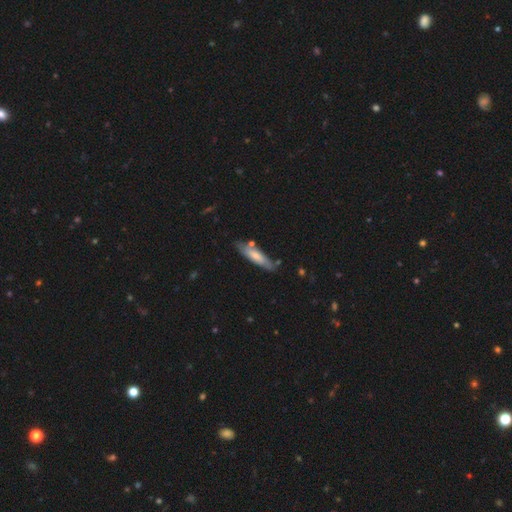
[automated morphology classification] This is likely a smooth galaxy (66%). How rounded: likely cigar-shaped (71%). Merging: likely none (74%).